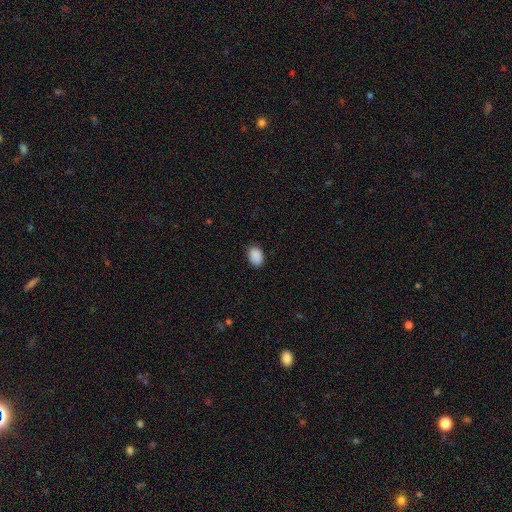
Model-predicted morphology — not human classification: smooth 90%, star or artifact 7%, featured or disk 2%. Down the decision tree: how rounded — in between (84%); merging — none (88%).